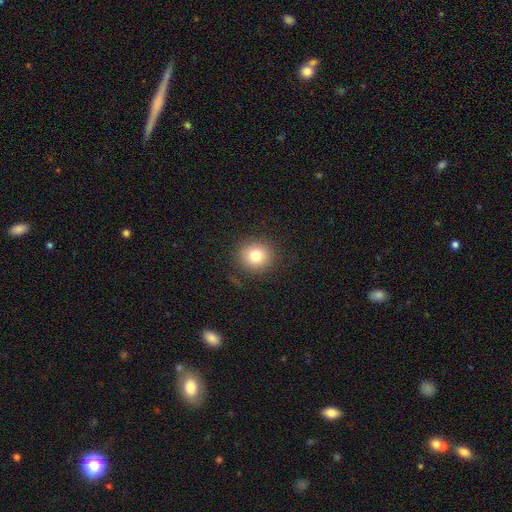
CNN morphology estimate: type=smooth (79%); roundness=round (90%); merging=none (88%).